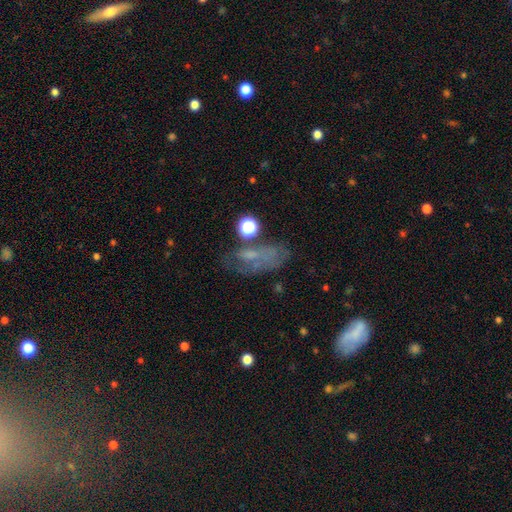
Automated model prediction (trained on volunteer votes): Smooth or featured? featured or disk (41%)
Merging? none (46%)